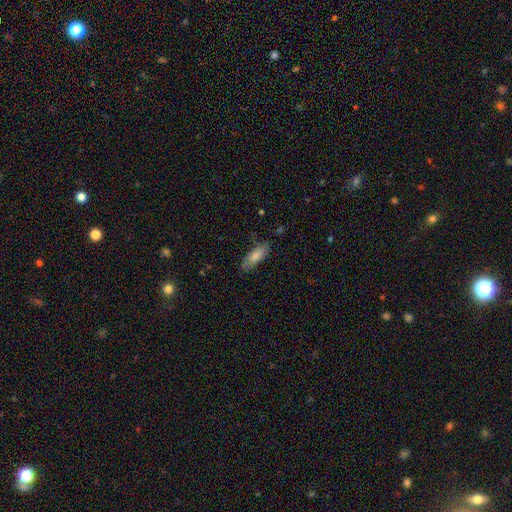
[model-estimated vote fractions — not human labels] The model was most divided on "how rounded": in between: 69%, cigar-shaped: 30%, round: 2%. More confident: smooth or featured — smooth (78%); merging — none (71%).